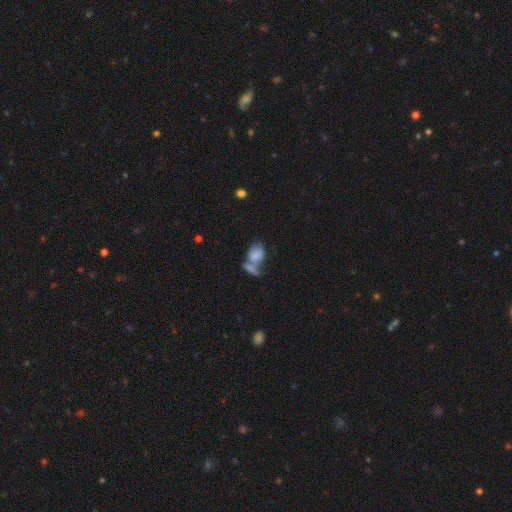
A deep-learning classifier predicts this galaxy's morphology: Overall: smooth (74%). How rounded: in between (82%). Merging: merger (54%; none 25%).